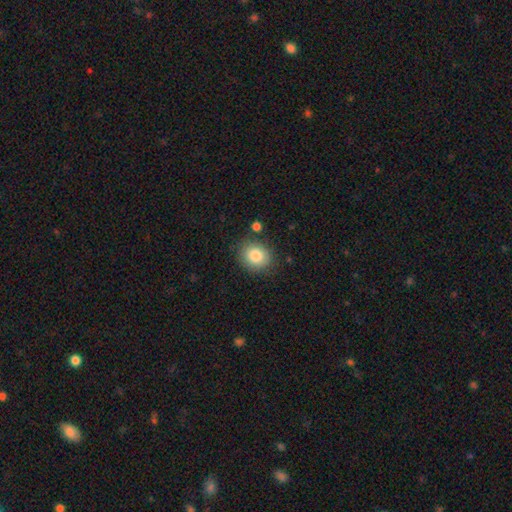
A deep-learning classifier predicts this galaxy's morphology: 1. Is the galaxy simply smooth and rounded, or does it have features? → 84% smooth, 9% star or artifact, 8% featured or disk.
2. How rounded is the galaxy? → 70% round, 29% in between, 1% cigar-shaped.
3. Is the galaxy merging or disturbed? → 82% none, 11% minor disturbance, 4% merger, 3% major disturbance.